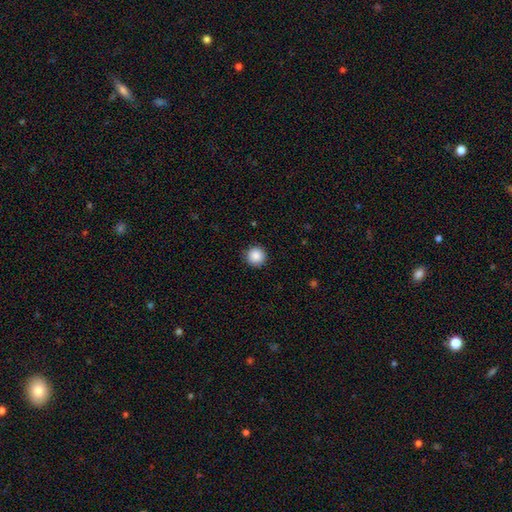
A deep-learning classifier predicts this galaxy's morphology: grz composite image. It shows a smooth galaxy with no disk features (88%) that is round (96%). Merging: none (91%).